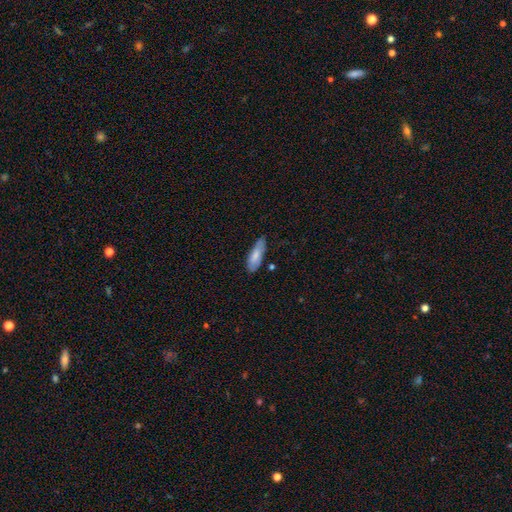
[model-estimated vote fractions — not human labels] This is likely a smooth galaxy (75%). How rounded: likely in between (62%). Merging: likely none (68%).